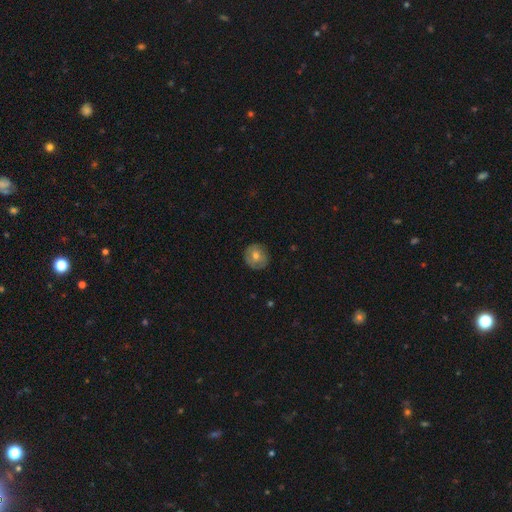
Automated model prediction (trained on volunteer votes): The model was most divided on "smooth or featured": smooth: 62%, featured or disk: 31%, star or artifact: 7%. More confident: how rounded — round (87%); merging — none (82%).